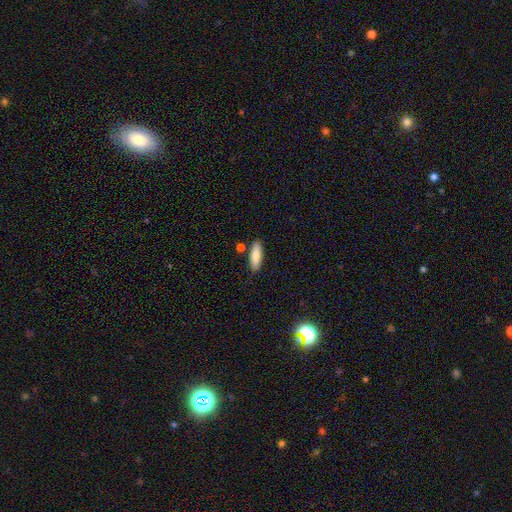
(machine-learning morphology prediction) smooth 84%, featured or disk 10%, star or artifact 6%. Down the decision tree: how rounded — in between (55%); merging — none (82%).